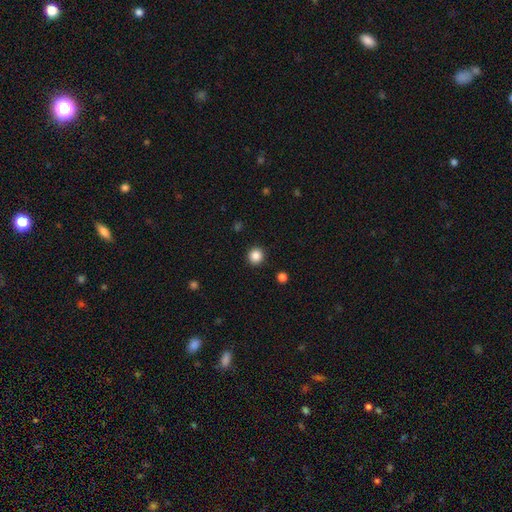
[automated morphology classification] This appears to be a smooth galaxy with no disk features (86%) that is round (94%). Merging: none (92%).